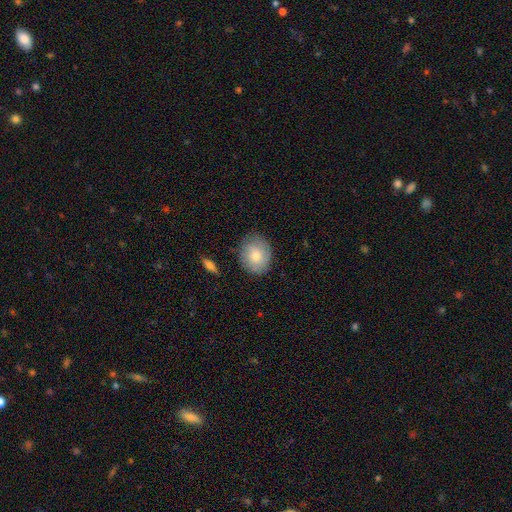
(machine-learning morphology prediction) Smooth or featured? Predicted: smooth (p=0.74). How rounded? Predicted: round (p=0.58). Merging? Predicted: none (p=0.80).